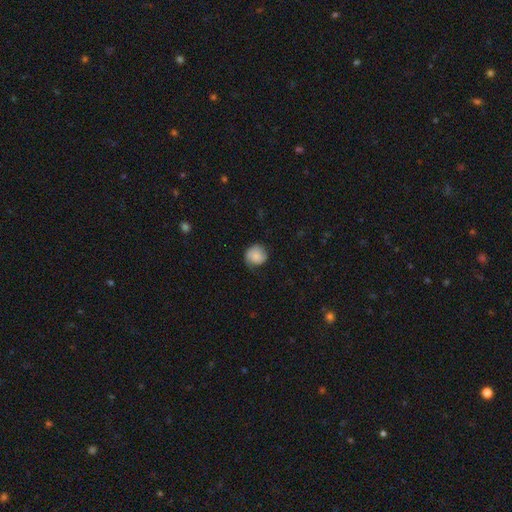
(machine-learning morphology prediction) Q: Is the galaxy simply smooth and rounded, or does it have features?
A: smooth — 75%.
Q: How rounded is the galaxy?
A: round — 85%.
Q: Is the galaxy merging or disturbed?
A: none — 61%.